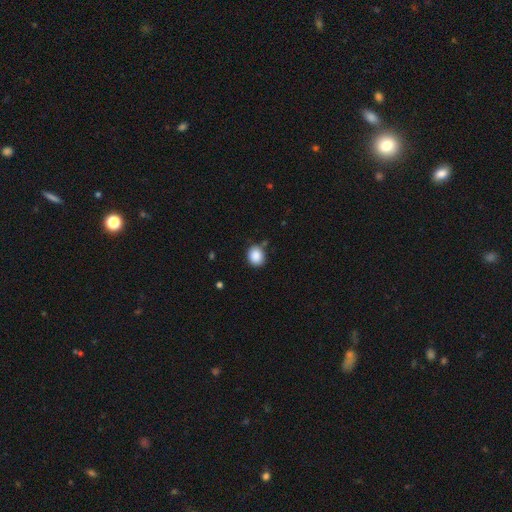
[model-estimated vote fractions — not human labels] This is clearly a smooth galaxy (88%). How rounded: likely round (69%). Merging: likely none (79%).